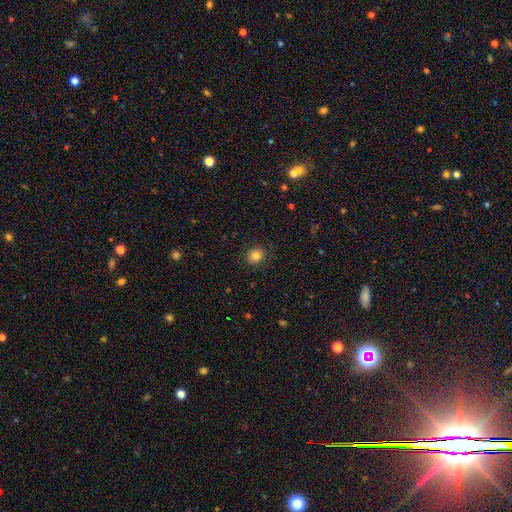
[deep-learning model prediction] The model was most divided on "how rounded": round: 79%, in between: 20%, cigar-shaped: 1%. More confident: merging — none (89%); smooth or featured — smooth (83%).